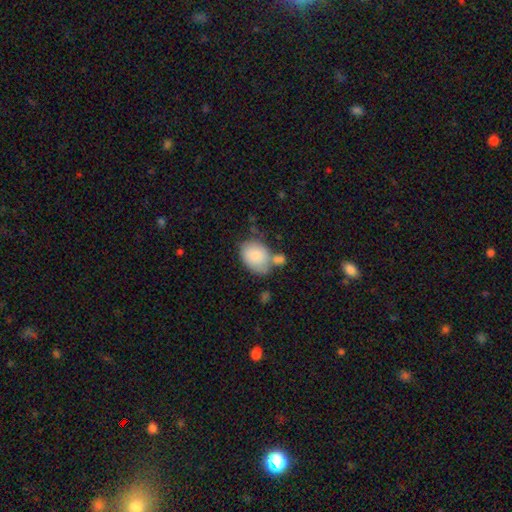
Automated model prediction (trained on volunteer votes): Smooth or featured: smooth — 82% (featured or disk — 12%)
How rounded: in between — 70% (round — 29%)
Merging: none — 41% (merger — 27%)